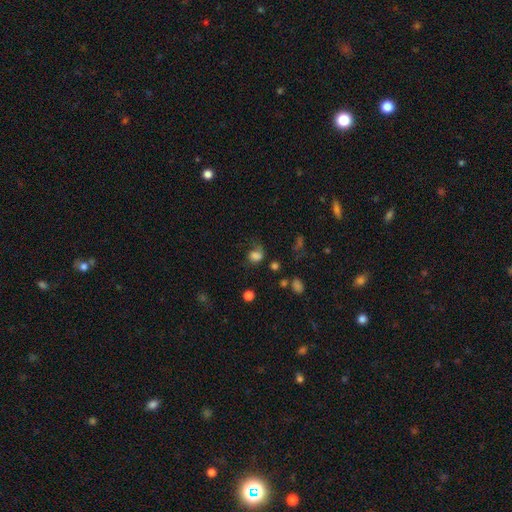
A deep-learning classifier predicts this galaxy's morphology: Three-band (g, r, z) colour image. It shows a smooth galaxy with no disk features (73%) that is round (54%). Merging: none (39%).